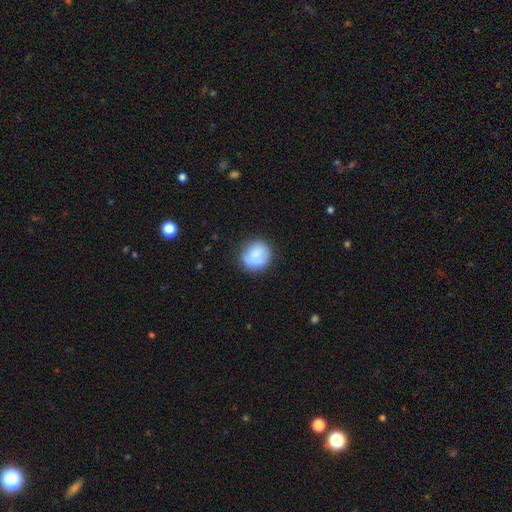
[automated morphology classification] This appears to be a smooth galaxy with no disk features (78%) that is round (83%). Merging: none (71%).